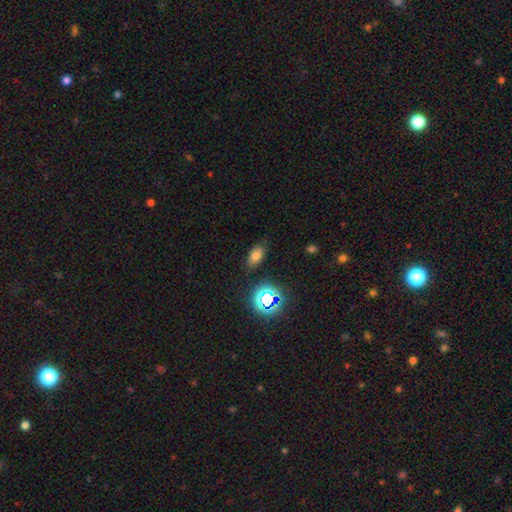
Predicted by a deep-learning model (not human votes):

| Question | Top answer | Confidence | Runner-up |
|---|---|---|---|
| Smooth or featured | smooth | 67% | star or artifact (22%) |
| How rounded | in between | 87% | round (8%) |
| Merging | none | 77% | minor disturbance (16%) |